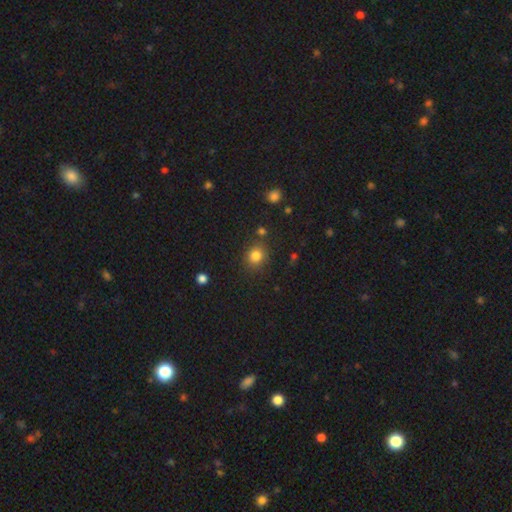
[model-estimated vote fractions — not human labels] The model was most divided on "how rounded": round: 76%, in between: 23%, cigar-shaped: 1%. More confident: smooth or featured — smooth (81%); merging — none (81%).